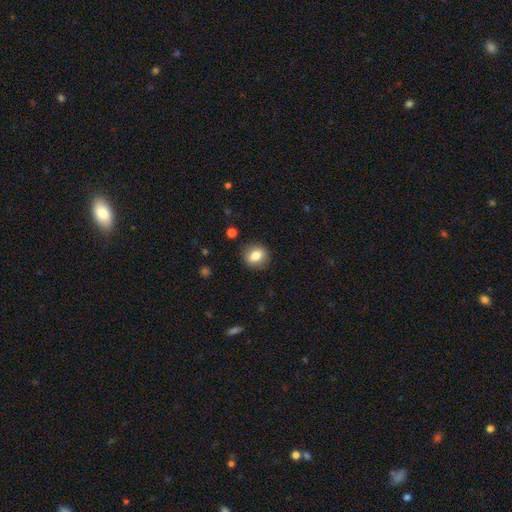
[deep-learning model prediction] This is likely a smooth galaxy (79%). How rounded: likely round (65%). Merging: clearly none (87%).